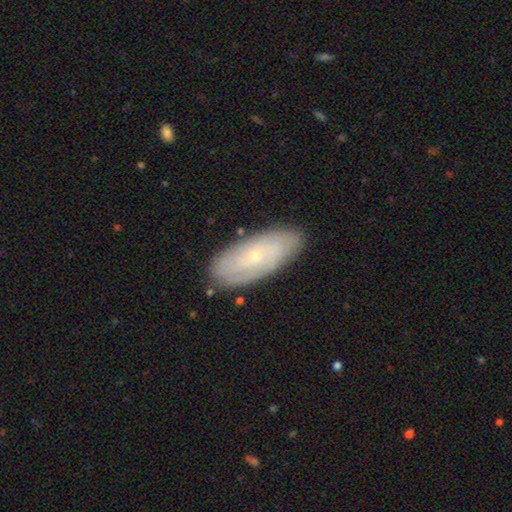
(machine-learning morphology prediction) The model was most divided on "smooth or featured": featured or disk: 62%, smooth: 31%, star or artifact: 7%. More confident: edge-on disk — no (89%); bulge size — small (83%); merging — none (83%); spiral arms — yes (81%); bar — no (78%).